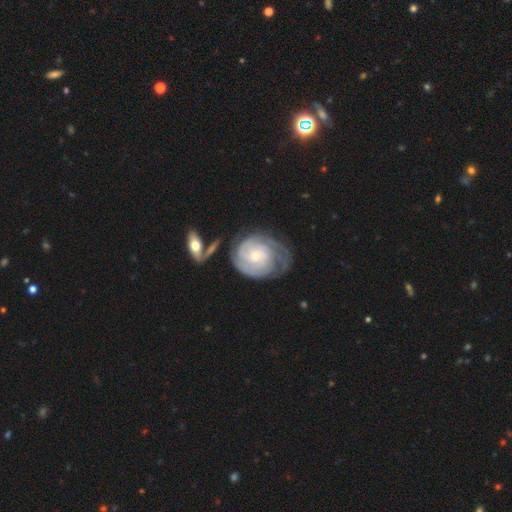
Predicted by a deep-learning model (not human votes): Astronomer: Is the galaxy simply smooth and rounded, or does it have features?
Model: featured or disk — 82%.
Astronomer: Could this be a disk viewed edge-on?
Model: no — 97%.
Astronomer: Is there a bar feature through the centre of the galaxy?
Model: no — 71%.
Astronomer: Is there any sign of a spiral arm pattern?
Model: yes — 94%.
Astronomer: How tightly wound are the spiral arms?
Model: tight — 72%.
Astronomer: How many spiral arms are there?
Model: can't tell — 38% (runner-up: 2, 21%).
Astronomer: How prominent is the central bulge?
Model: small — 65%.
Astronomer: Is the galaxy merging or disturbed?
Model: none — 52%.